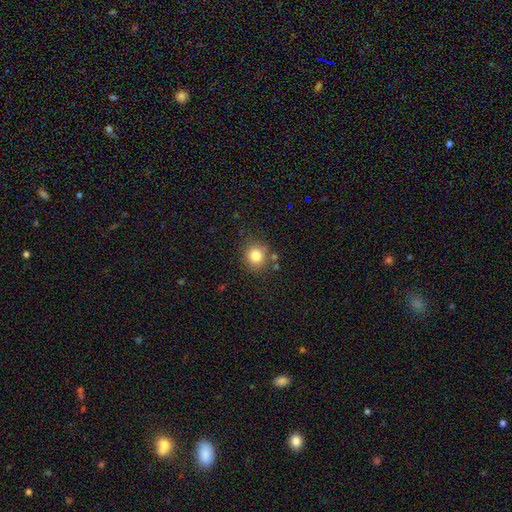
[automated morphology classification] Smooth or featured: smooth — 80% (star or artifact — 12%)
How rounded: round — 86% (in between — 13%)
Merging: none — 80% (minor disturbance — 11%)